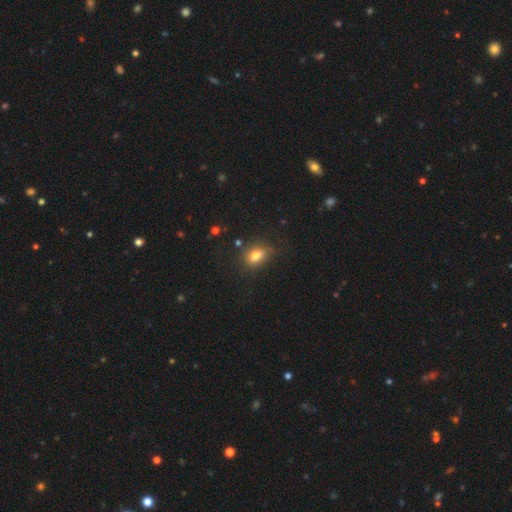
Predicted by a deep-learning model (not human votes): The model was most divided on "merging": none: 75%, minor disturbance: 17%, major disturbance: 5%, merger: 3%. More confident: smooth or featured — smooth (80%); how rounded — in between (78%).